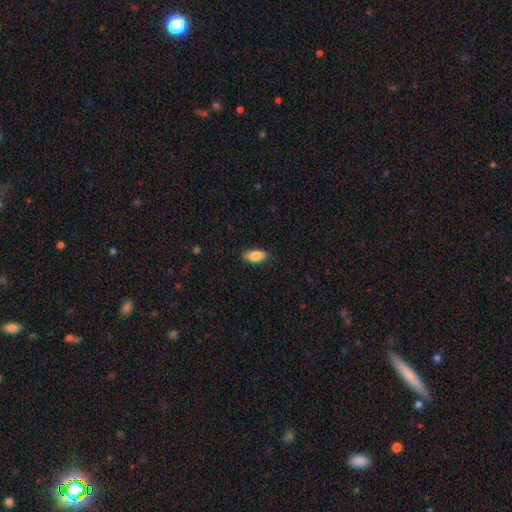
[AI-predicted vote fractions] Overall: smooth (85%). How rounded: in between (90%). Merging: none (82%).